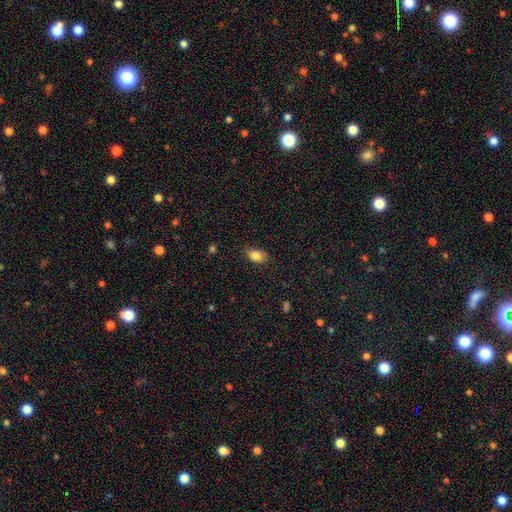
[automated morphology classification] smooth_or_featured: smooth (p=0.85) [alt: star or artifact p=0.08]
how_rounded: in between (p=0.87) [alt: round p=0.11]
merging: none (p=0.81) [alt: minor disturbance p=0.15]